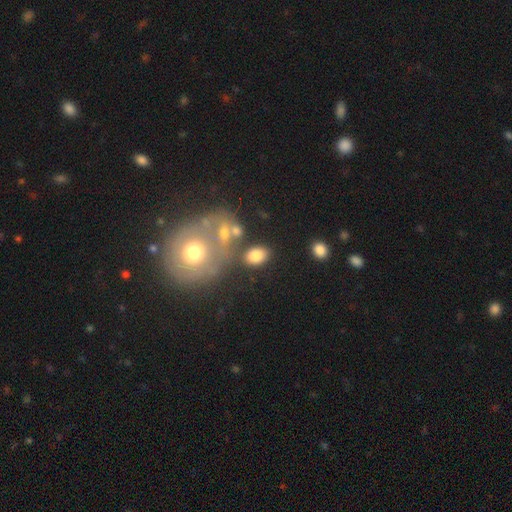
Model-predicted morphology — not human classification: Overall: smooth (81%). How rounded: in between (76%). Merging: none (73%).